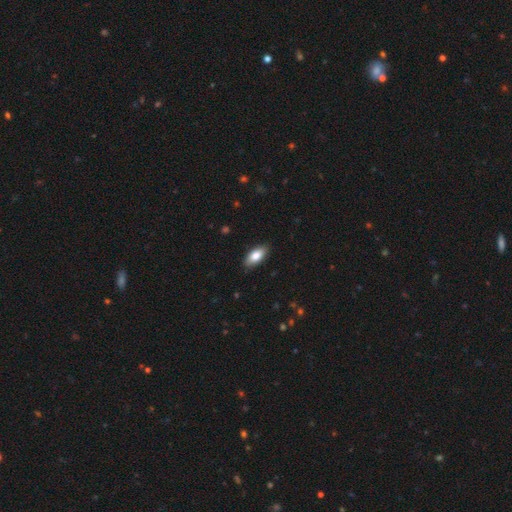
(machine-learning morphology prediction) smooth_or_featured: smooth (p=0.84) [alt: featured or disk p=0.10]
how_rounded: in between (p=0.89) [alt: cigar-shaped p=0.09]
merging: none (p=0.87) [alt: minor disturbance p=0.10]